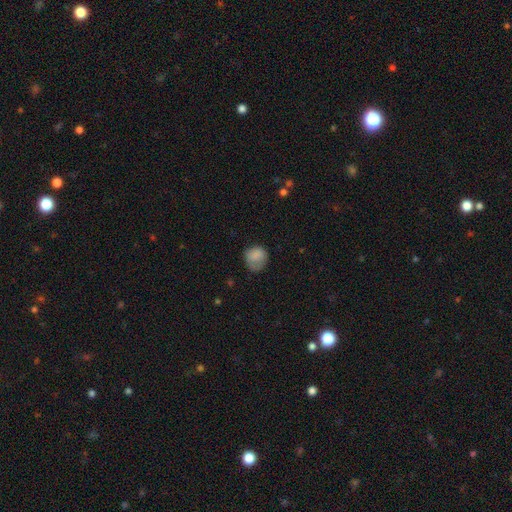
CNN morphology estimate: smooth-or-featured: smooth: 82% | star or artifact: 9% | featured or disk: 9%
  how-rounded: round: 74% | in between: 25% | cigar-shaped: 1%
  merging: none: 53% | minor disturbance: 30% | major disturbance: 15% | merger: 2%